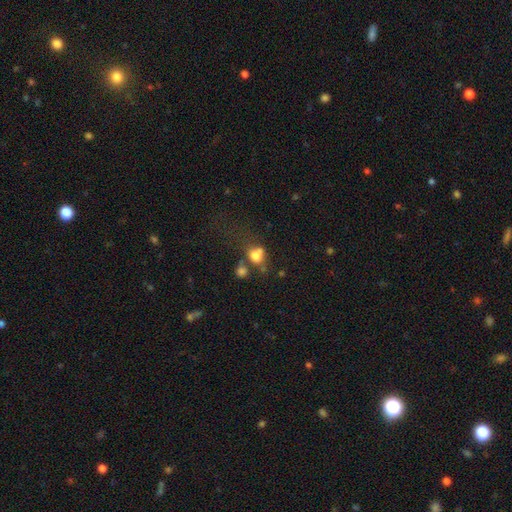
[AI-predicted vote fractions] This appears to be a smooth galaxy with no disk features (70%) that is round (64%). Merging: merger (39%).